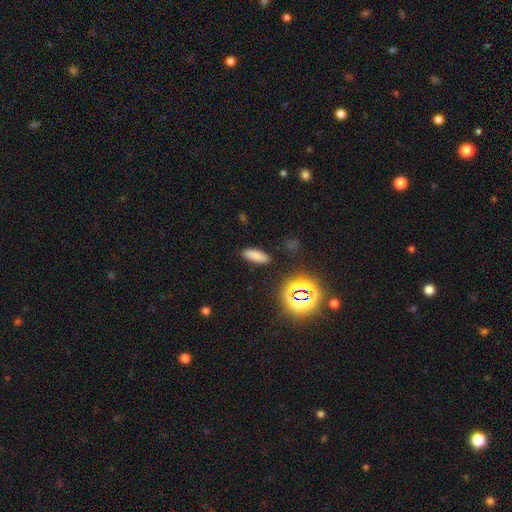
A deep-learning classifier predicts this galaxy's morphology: Smooth or featured?
  - smooth: 78% *
  - star or artifact: 16%
  - featured or disk: 6%
How rounded?
  - in between: 60% *
  - cigar-shaped: 37%
  - round: 4%
Merging?
  - none: 88% *
  - minor disturbance: 8%
  - major disturbance: 2%
  - merger: 2%